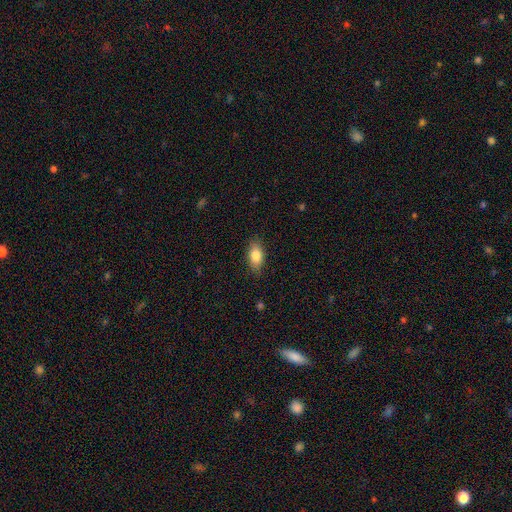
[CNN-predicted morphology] The model was most divided on "merging": none: 84%, minor disturbance: 12%, major disturbance: 3%, merger: 1%. More confident: how rounded — in between (88%); smooth or featured — smooth (83%).